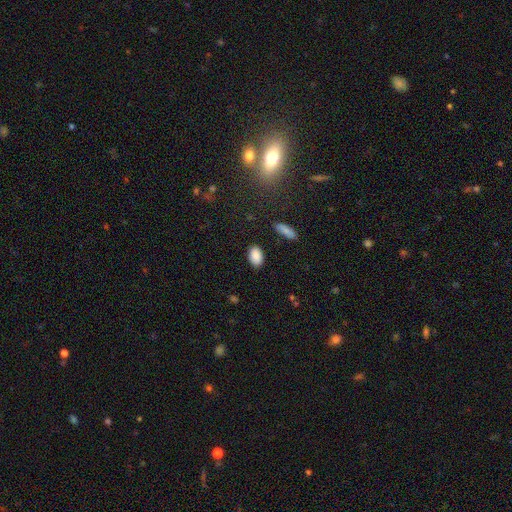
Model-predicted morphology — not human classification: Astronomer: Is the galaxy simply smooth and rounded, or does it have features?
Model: smooth — 88%.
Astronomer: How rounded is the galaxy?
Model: in between — 89%.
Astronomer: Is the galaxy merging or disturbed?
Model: none — 86%.